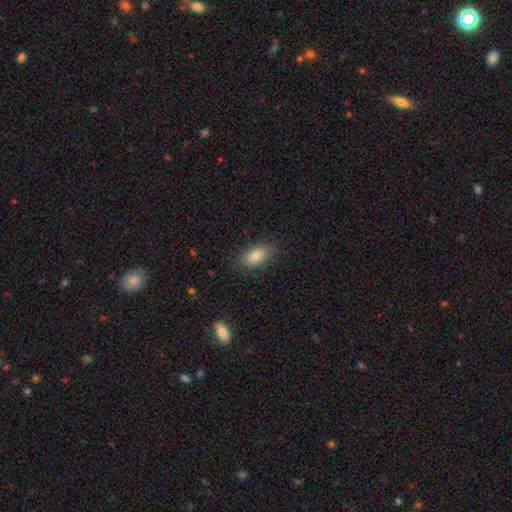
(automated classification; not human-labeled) This is clearly a smooth galaxy (85%). How rounded: clearly in between (90%). Merging: clearly none (85%).